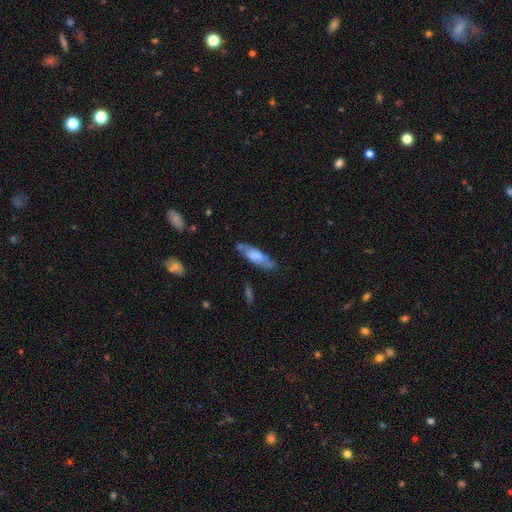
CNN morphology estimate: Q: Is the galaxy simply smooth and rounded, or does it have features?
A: smooth — 59%.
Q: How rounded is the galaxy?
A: cigar-shaped — 56%.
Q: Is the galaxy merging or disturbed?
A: none — 64%.